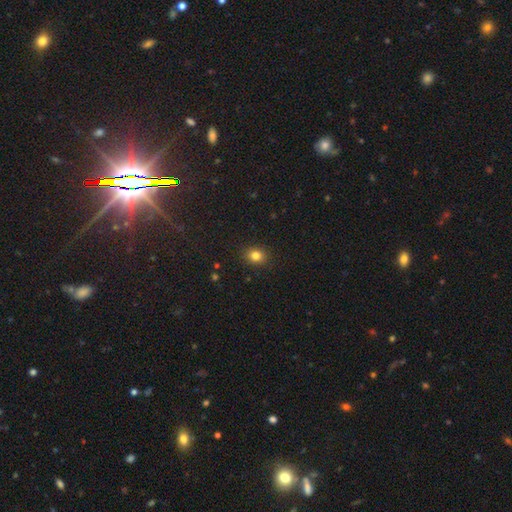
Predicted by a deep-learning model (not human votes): Smooth or featured? Predicted: smooth (p=0.82). How rounded? Predicted: round (p=0.63). Merging? Predicted: none (p=0.90).